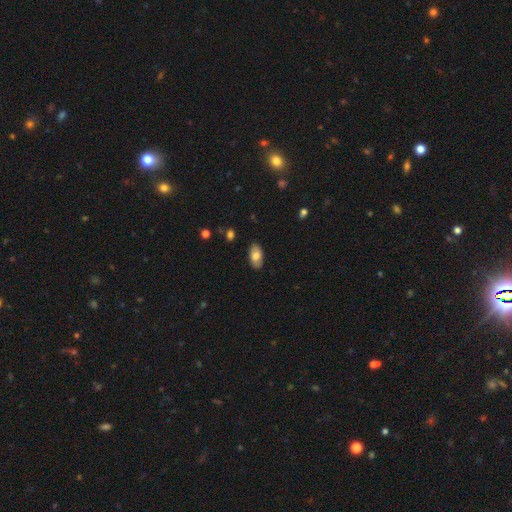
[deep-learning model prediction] This is likely a smooth galaxy (72%). How rounded: clearly in between (94%). Merging: clearly none (86%).